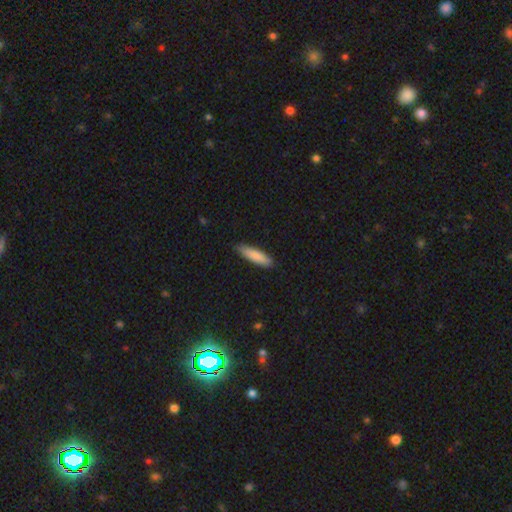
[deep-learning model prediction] smooth_or_featured: smooth (p=0.85) [alt: featured or disk p=0.09]
how_rounded: cigar-shaped (p=0.72) [alt: in between p=0.27]
merging: none (p=0.85) [alt: minor disturbance p=0.13]